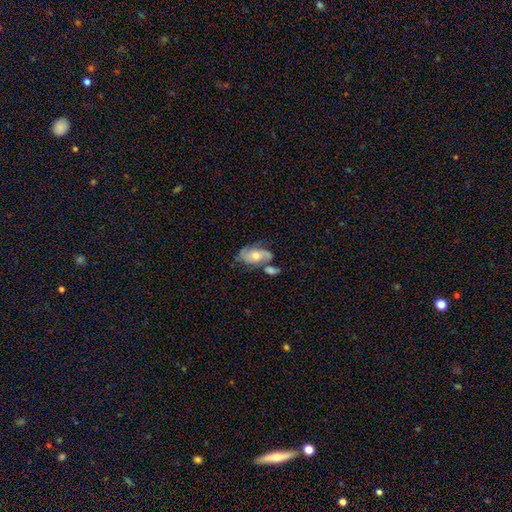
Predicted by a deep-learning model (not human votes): Smooth or featured?
  - featured or disk: 62% *
  - smooth: 32%
  - star or artifact: 7%
Edge-on disk?
  - no: 95% *
  - yes: 5%
Bar?
  - no: 72% *
  - weak: 23%
  - strong: 5%
Spiral arms?
  - yes: 84% *
  - no: 16%
Bulge size?
  - moderate: 61% *
  - small: 30%
  - large: 6%
  - none: 2%
  - dominant: 1%
Merging?
  - none: 39% *
  - merger: 30%
  - minor disturbance: 20%
  - major disturbance: 12%